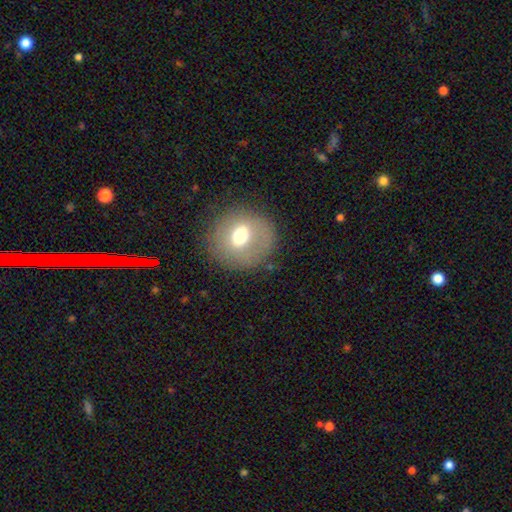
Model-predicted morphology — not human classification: Smooth or featured: smooth — 57% (featured or disk — 28%)
How rounded: round — 87% (in between — 12%)
Merging: none — 83% (minor disturbance — 11%)